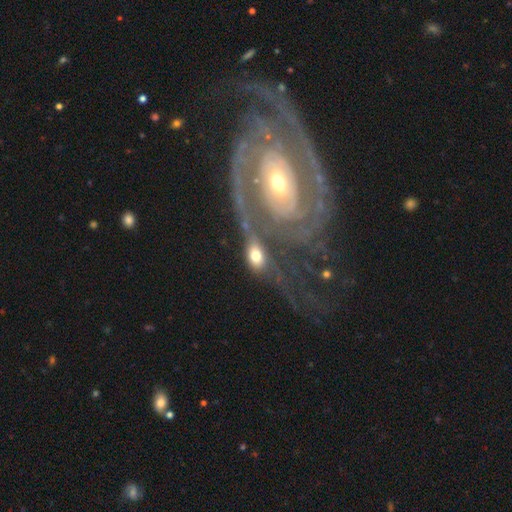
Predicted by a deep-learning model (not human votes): A smooth galaxy with no disk features (48%). Merging: none (41%).